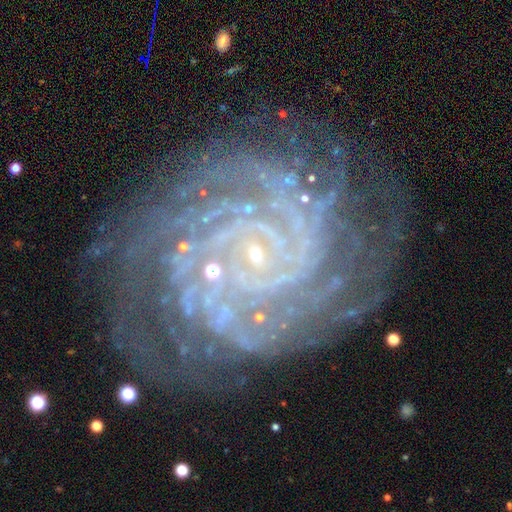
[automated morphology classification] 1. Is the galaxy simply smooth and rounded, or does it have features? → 90% featured or disk, 6% star or artifact, 4% smooth.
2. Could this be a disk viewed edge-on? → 98% no, 2% yes.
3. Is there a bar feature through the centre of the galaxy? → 69% no, 20% weak, 11% strong.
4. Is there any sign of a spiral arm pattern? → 98% yes, 2% no.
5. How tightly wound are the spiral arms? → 86% tight, 12% medium, 2% loose.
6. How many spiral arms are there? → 29% more than 4, 18% 4, 17% can't tell, 13% 2, 13% 3, 9% 1.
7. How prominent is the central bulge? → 88% small, 5% none, 5% moderate, 1% large, 1% dominant.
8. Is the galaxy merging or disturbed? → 78% none, 15% minor disturbance, 5% major disturbance, 2% merger.